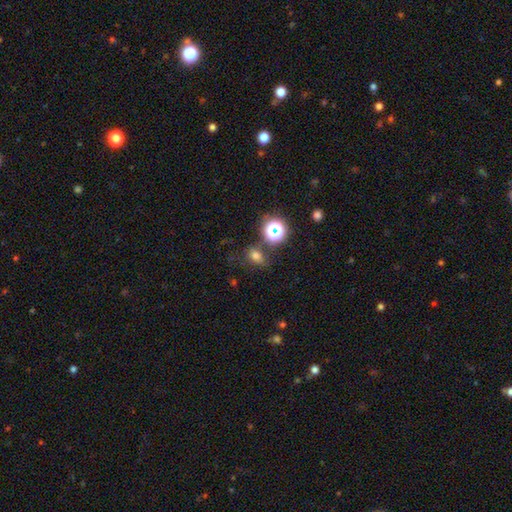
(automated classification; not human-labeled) Smooth or featured: smooth — 67% (star or artifact — 24%)
How rounded: in between — 56% (round — 43%)
Merging: none — 65% (minor disturbance — 18%)